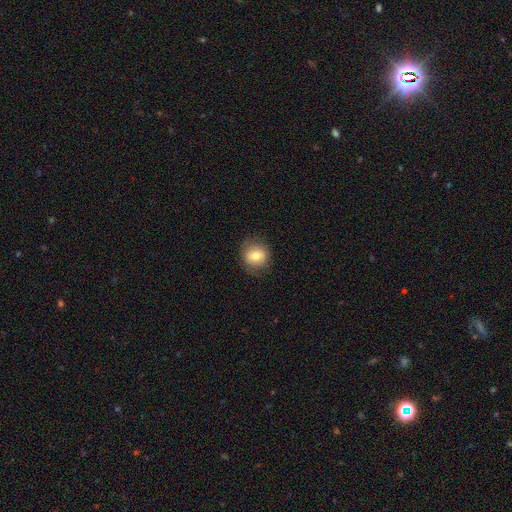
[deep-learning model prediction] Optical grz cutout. It shows a smooth galaxy with no disk features (77%) that is round (80%). Merging: none (82%).